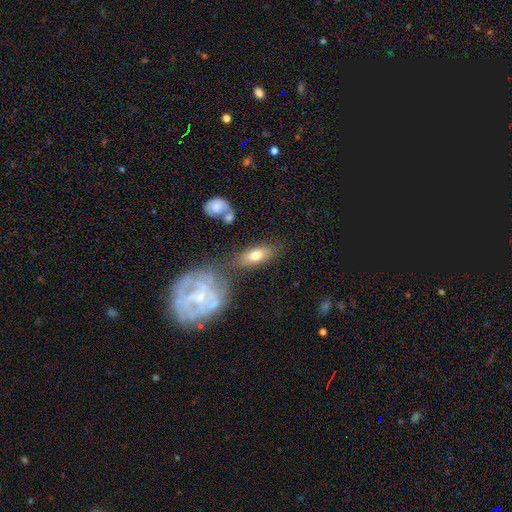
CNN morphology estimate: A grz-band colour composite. It shows a smooth galaxy with no disk features (69%) that is in between round and cigar-shaped (80%). Merging: none (68%).